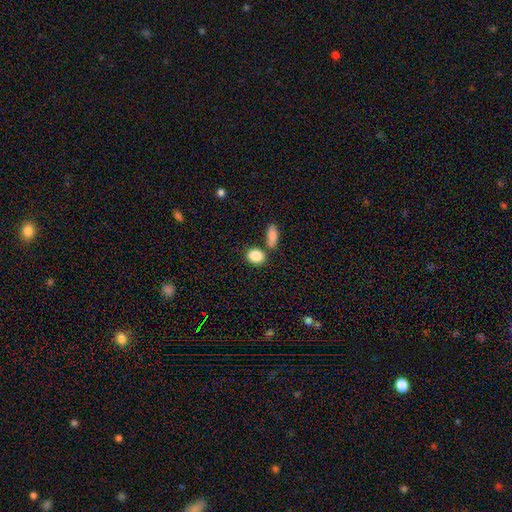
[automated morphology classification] This appears to be a smooth galaxy with no disk features (88%) that is in between round and cigar-shaped (65%). Merging: none (64%).